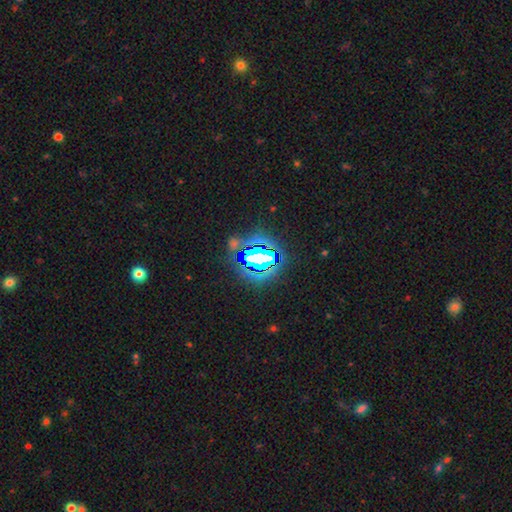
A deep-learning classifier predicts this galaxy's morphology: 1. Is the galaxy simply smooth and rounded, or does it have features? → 75% star or artifact, 14% smooth, 11% featured or disk.